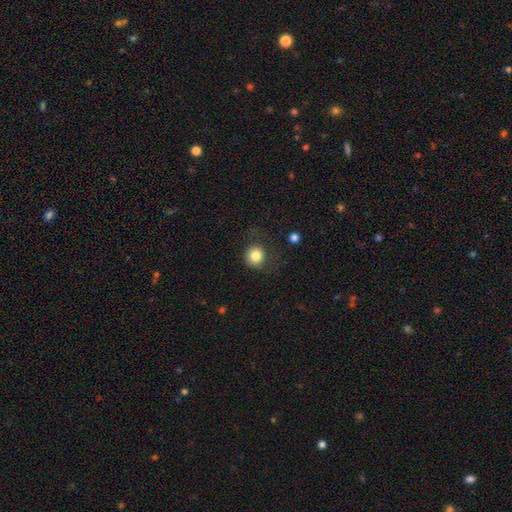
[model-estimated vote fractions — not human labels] The model was most divided on "merging": none: 73%, minor disturbance: 16%, major disturbance: 9%, merger: 2%. More confident: how rounded — round (90%); smooth or featured — smooth (83%).